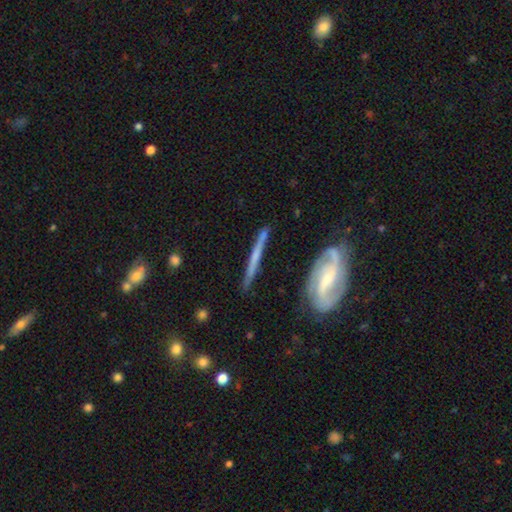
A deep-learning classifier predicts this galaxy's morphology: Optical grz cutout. It shows a featured or disk galaxy (69%) viewed edge-on (82%) with no central bulge (55%). Merging: none (79%).